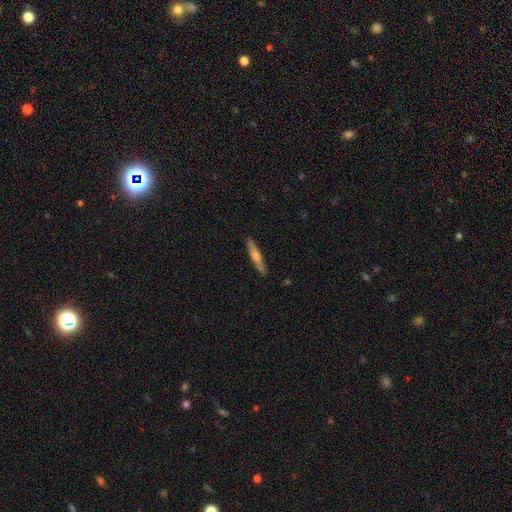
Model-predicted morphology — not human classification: Q: Smooth or featured?
A: smooth (51%); runner-up: featured or disk (43%)
Q: How rounded?
A: cigar-shaped (93%); runner-up: in between (6%)
Q: Merging?
A: none (89%); runner-up: minor disturbance (9%)